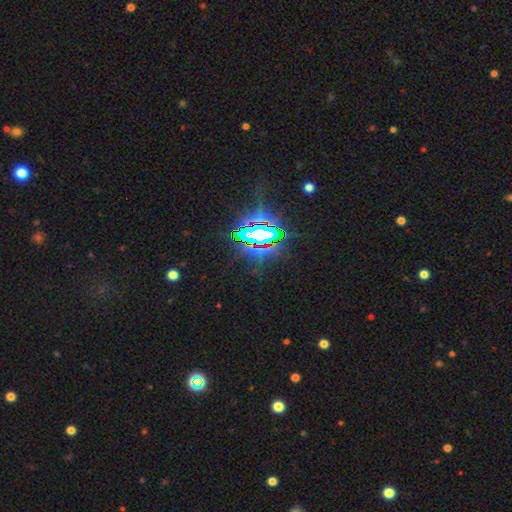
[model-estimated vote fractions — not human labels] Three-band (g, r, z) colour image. It shows a star or artifact, not a galaxy (81%).